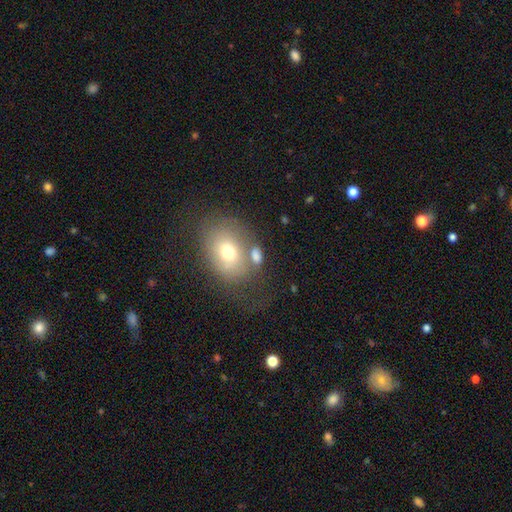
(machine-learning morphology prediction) Overall: smooth (70%). How rounded: in between (67%; round 31%). Merging: none (46%; merger 24%).